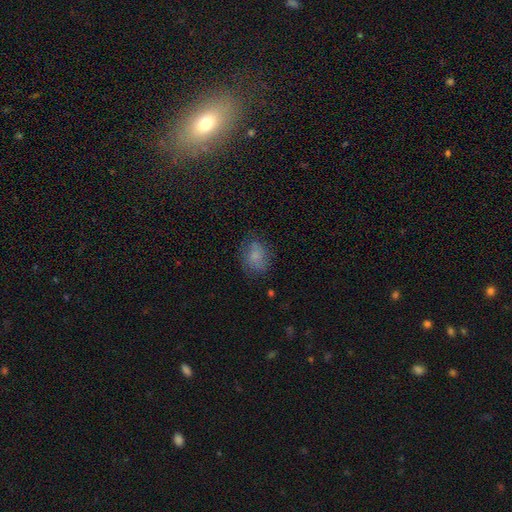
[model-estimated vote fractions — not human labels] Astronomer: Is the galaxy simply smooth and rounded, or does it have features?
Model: smooth — 74%.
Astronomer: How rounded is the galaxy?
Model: in between — 55% (runner-up: round, 44%).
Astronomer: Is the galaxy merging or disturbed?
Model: none — 67%.